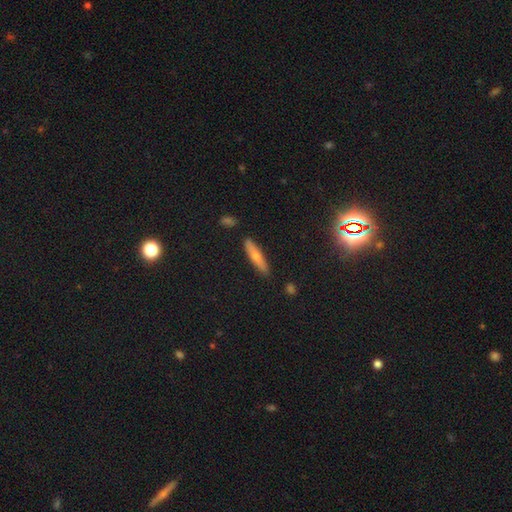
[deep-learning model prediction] smooth-or-featured: smooth: 66% | featured or disk: 27% | star or artifact: 8%
  how-rounded: cigar-shaped: 81% | in between: 18% | round: 2%
  merging: none: 85% | minor disturbance: 11% | major disturbance: 2% | merger: 2%